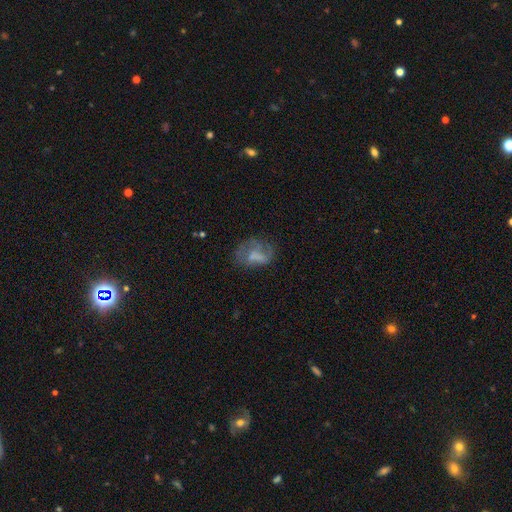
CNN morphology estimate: smooth-or-featured: smooth: 45% | featured or disk: 44% | star or artifact: 11%
  merging: none: 41% | major disturbance: 30% | minor disturbance: 24% | merger: 4%